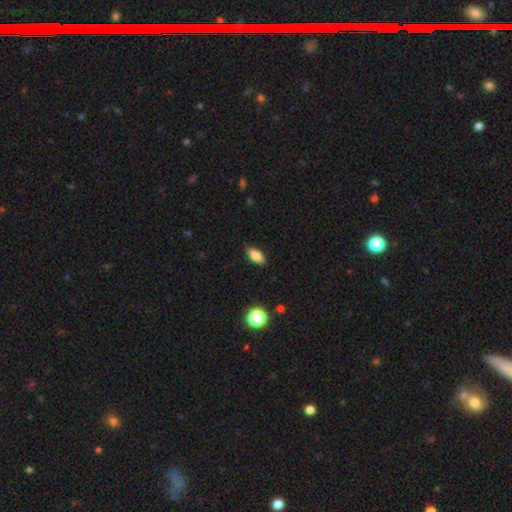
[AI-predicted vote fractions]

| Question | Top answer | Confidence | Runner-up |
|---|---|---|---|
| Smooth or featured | smooth | 82% | featured or disk (9%) |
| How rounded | in between | 85% | cigar-shaped (11%) |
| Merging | none | 82% | minor disturbance (14%) |